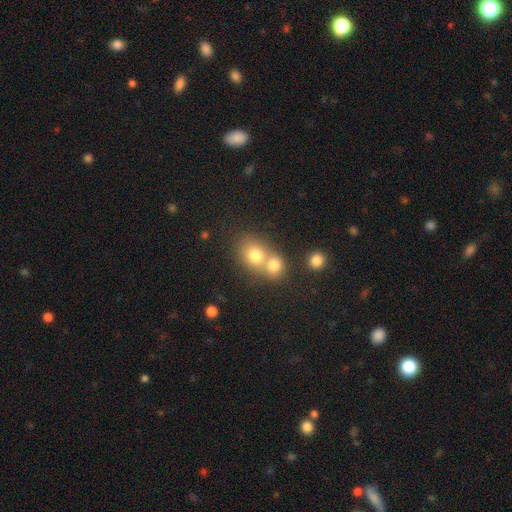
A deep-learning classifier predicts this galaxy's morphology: A smooth galaxy with no disk features (75%) that is round (66%). Merging: merger (59%).